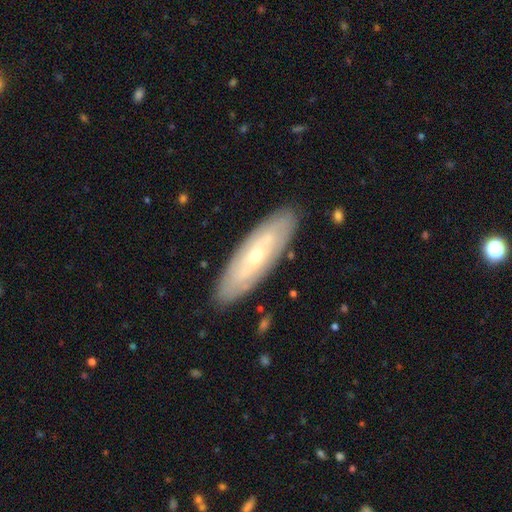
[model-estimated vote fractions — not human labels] Smooth or featured? Predicted: featured or disk (p=0.64). Edge-on disk? Predicted: no (p=0.72). Merging? Predicted: none (p=0.87).